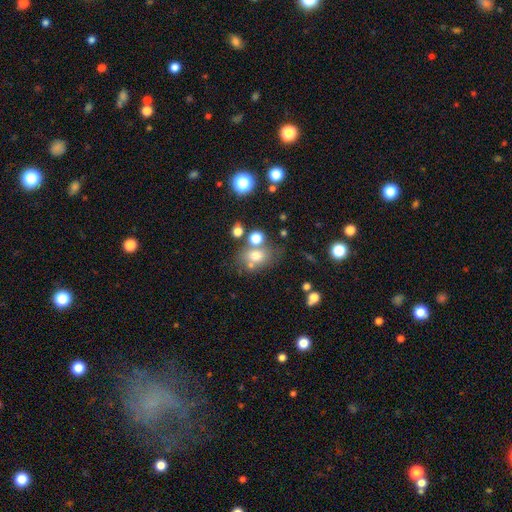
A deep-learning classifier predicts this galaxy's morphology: This appears to be a smooth galaxy with no disk features (69%) that is in between round and cigar-shaped (57%). Merging: none (55%).